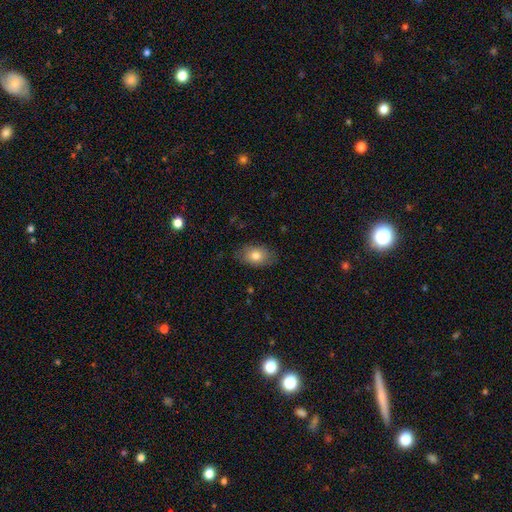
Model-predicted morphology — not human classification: Overall: smooth (78%). How rounded: in between (85%). Merging: none (80%).